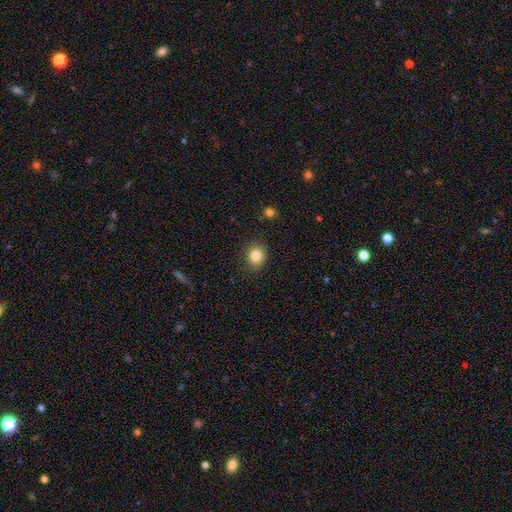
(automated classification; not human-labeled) A smooth galaxy with no disk features (84%) that is round (69%). Merging: none (86%).